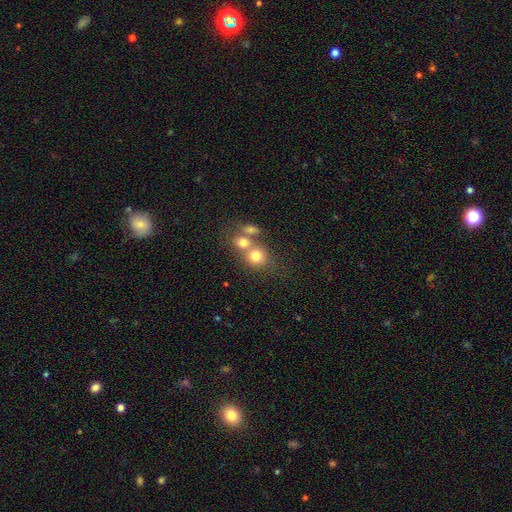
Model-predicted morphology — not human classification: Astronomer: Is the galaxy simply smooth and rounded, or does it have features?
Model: smooth — 74%.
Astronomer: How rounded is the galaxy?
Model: round — 79%.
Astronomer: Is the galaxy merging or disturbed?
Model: merger — 46% (runner-up: none, 42%).